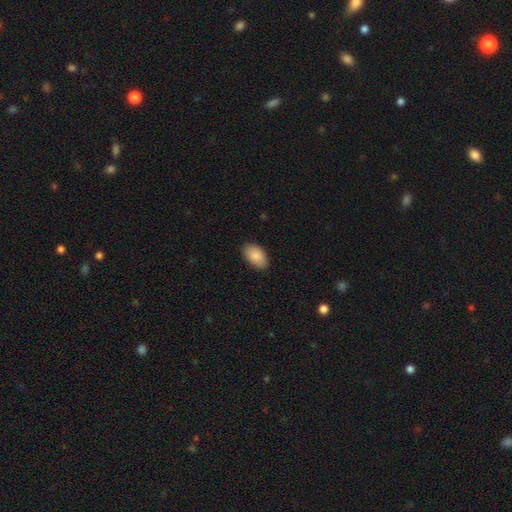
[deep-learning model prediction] smooth 89%, star or artifact 6%, featured or disk 5%. Down the decision tree: how rounded — in between (94%); merging — none (86%).